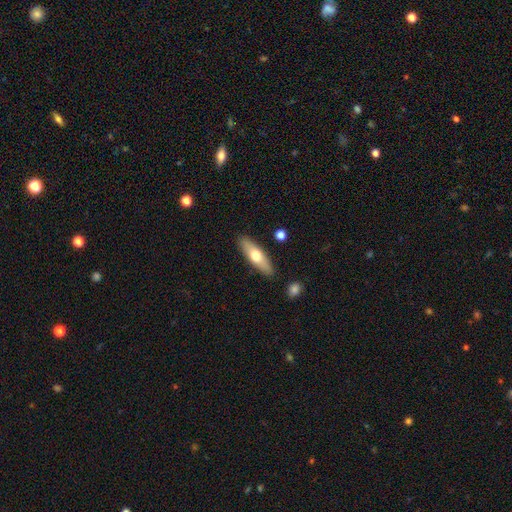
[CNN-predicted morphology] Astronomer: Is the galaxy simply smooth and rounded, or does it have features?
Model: smooth — 59% (runner-up: featured or disk, 36%).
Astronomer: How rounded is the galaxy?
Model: cigar-shaped — 57% (runner-up: in between, 41%).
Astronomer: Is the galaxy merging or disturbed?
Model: none — 87%.